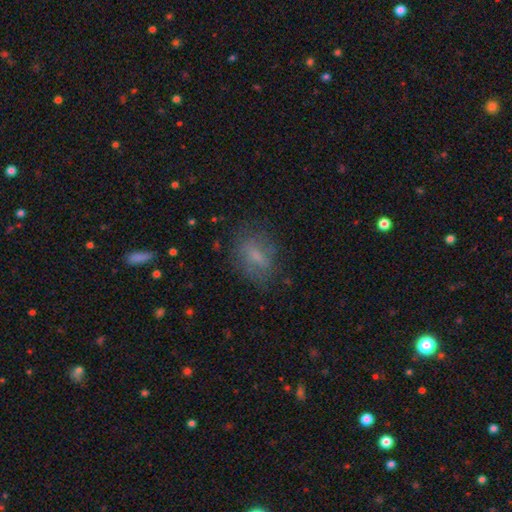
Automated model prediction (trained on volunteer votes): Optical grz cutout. It shows a smooth galaxy with no disk features (62%) that is in between round and cigar-shaped (75%). Merging: none (68%).